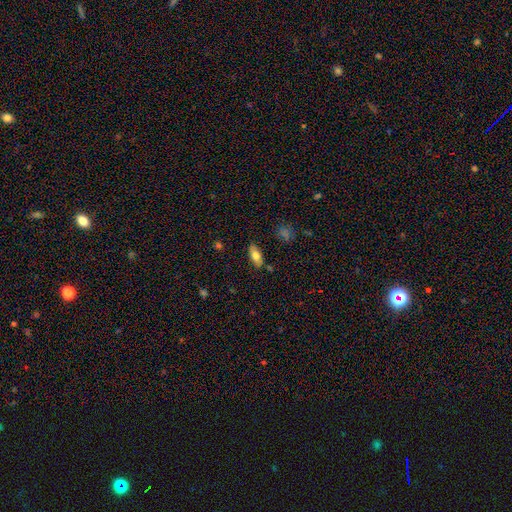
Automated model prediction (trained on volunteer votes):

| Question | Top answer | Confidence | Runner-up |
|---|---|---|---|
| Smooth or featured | smooth | 71% | featured or disk (22%) |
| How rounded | in between | 80% | cigar-shaped (18%) |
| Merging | none | 84% | minor disturbance (11%) |